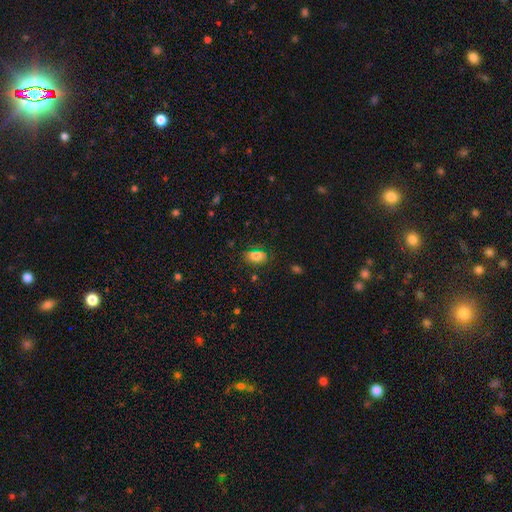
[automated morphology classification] Smooth or featured? Predicted: smooth (p=0.72). How rounded? Predicted: in between (p=0.81). Merging? Predicted: none (p=0.78).